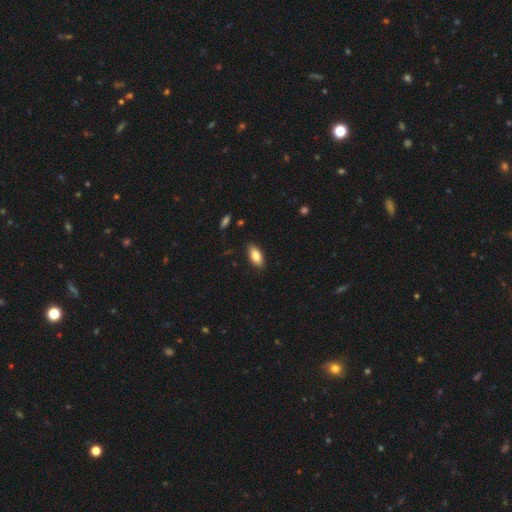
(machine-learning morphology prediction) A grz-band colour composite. It shows a smooth galaxy with no disk features (83%) that is in between round and cigar-shaped (88%). Merging: none (88%).